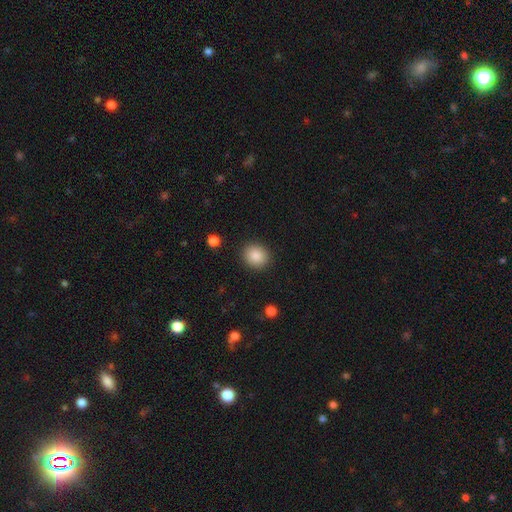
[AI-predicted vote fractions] Morphology: type=smooth (87%); roundness=round (75%); merging=none (90%).